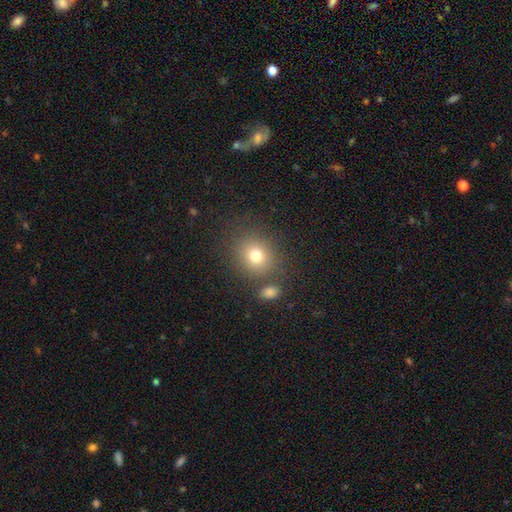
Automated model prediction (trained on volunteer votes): smooth_or_featured: smooth (p=0.76) [alt: star or artifact p=0.14]
how_rounded: round (p=0.80) [alt: in between p=0.19]
merging: none (p=0.79) [alt: minor disturbance p=0.09]